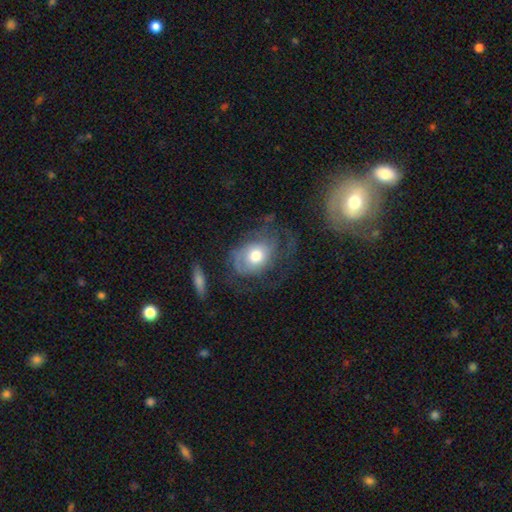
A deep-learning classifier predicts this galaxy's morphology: smooth_or_featured: featured or disk (p=0.59) [alt: smooth p=0.33]
disk_edge_on: no (p=0.95) [alt: yes p=0.05]
bar: no (p=0.82) [alt: weak p=0.15]
has_spiral_arms: yes (p=0.69) [alt: no p=0.31]
bulge_size: moderate (p=0.61) [alt: large p=0.29]
merging: none (p=0.44) [alt: major disturbance p=0.33]